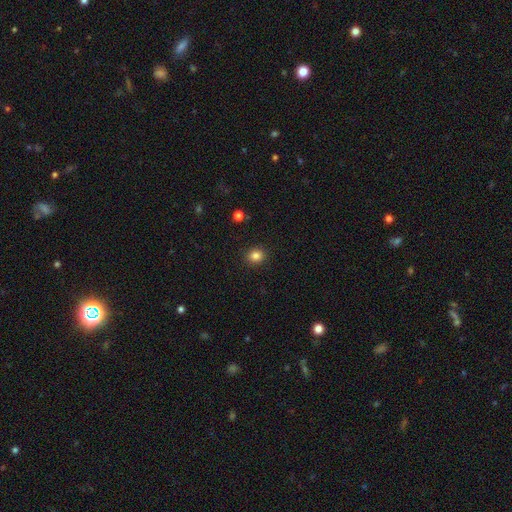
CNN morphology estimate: This appears to be a smooth galaxy with no disk features (84%) that is round (82%). Merging: none (91%).